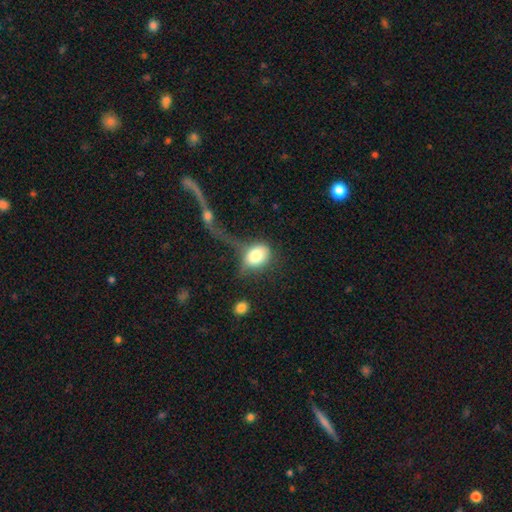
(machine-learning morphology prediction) Q: Smooth or featured?
A: smooth (77%); runner-up: featured or disk (15%)
Q: How rounded?
A: in between (58%); runner-up: round (40%)
Q: Merging?
A: major disturbance (42%); runner-up: none (23%)